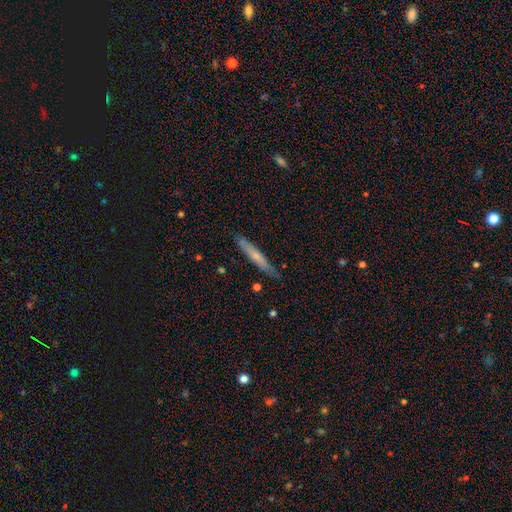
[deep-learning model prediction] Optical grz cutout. It shows a smooth galaxy with no disk features (55%) that is cigar-shaped (95%). Merging: none (84%).